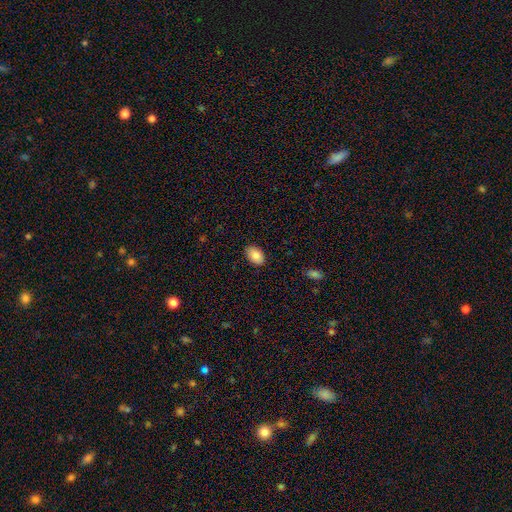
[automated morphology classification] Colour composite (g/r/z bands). It shows a smooth galaxy with no disk features (88%) that is in between round and cigar-shaped (90%). Merging: none (86%).